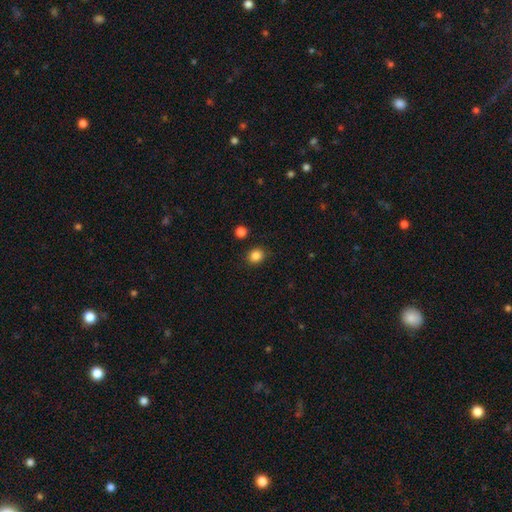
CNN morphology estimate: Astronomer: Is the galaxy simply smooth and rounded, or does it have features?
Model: smooth — 86%.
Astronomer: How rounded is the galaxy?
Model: round — 75%.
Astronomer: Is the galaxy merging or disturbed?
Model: none — 87%.